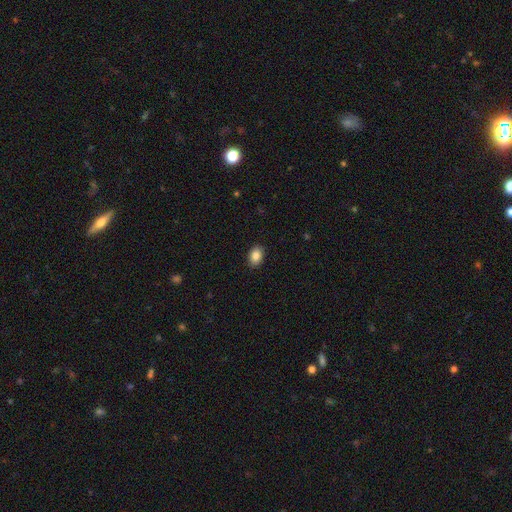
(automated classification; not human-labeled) Q: Smooth or featured?
A: smooth (87%); runner-up: star or artifact (8%)
Q: How rounded?
A: in between (80%); runner-up: round (19%)
Q: Merging?
A: none (89%); runner-up: minor disturbance (8%)